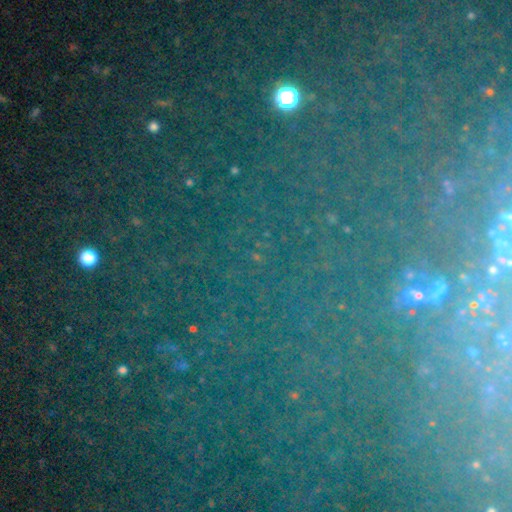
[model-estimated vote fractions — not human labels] A star or artifact, not a galaxy (75%).

Vote fractions:
- Smooth or featured? star or artifact: 75% / smooth: 15% / featured or disk: 10%